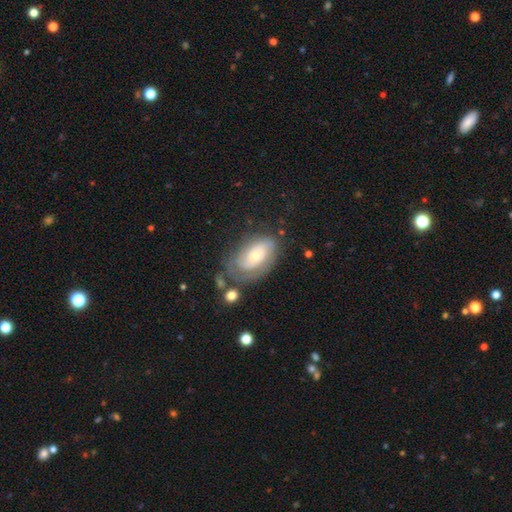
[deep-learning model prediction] smooth-or-featured: featured or disk: 65% | smooth: 28% | star or artifact: 6%
  disk-edge-on: no: 94% | yes: 6%
    bar: no: 77% | weak: 18% | strong: 5%
    has-spiral-arms: yes: 78% | no: 22%
    bulge-size: small: 55% | moderate: 39% | large: 4% | none: 1% | dominant: 1%
  merging: none: 53% | minor disturbance: 24% | major disturbance: 18% | merger: 5%